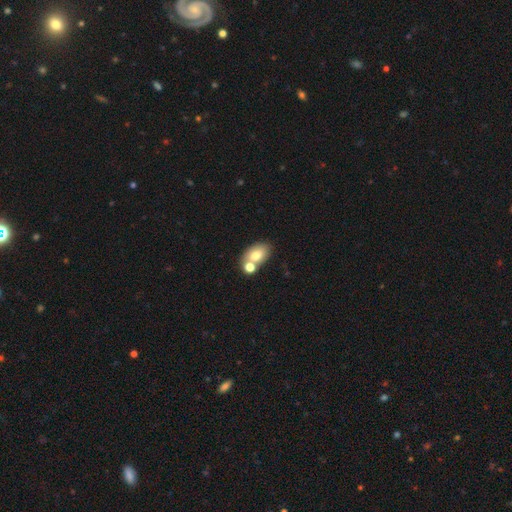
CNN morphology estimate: A smooth galaxy with no disk features (73%) that is in between round and cigar-shaped (85%).

Vote fractions:
- Smooth or featured? smooth: 73% / featured or disk: 18% / star or artifact: 10%
- How rounded? in between: 85% / round: 14% / cigar-shaped: 2%
- Merging? none: 51% / merger: 34% / minor disturbance: 11% / major disturbance: 4%